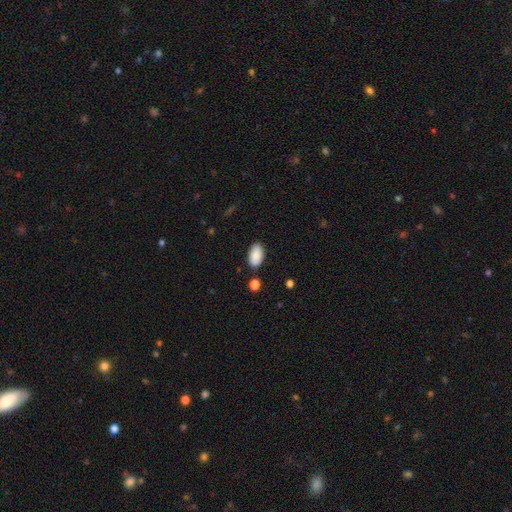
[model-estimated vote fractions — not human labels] Morphology: type=smooth (88%); roundness=in between (95%); merging=none (85%).